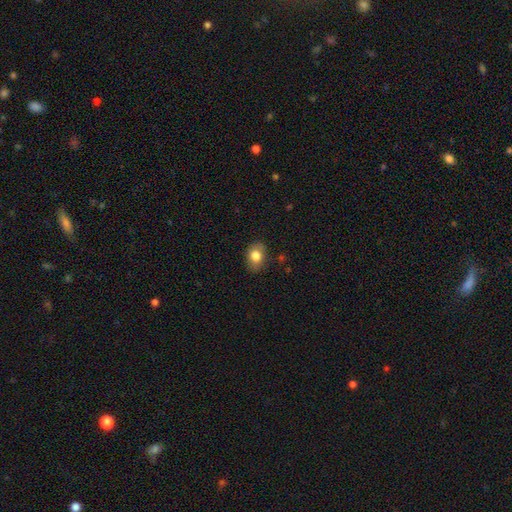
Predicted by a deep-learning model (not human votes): smooth_or_featured: smooth (p=0.80) [alt: featured or disk p=0.11]
how_rounded: in between (p=0.66) [alt: round p=0.32]
merging: none (p=0.81) [alt: minor disturbance p=0.15]